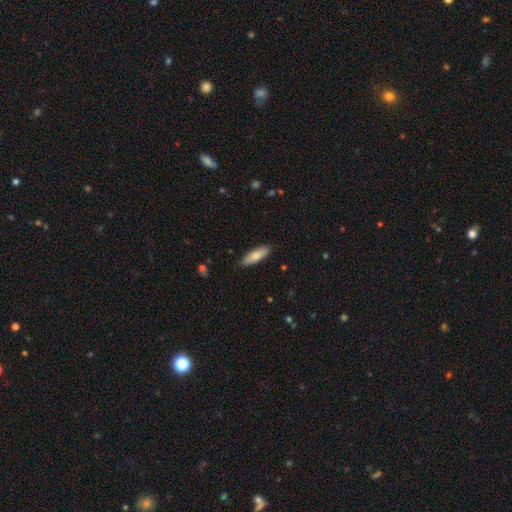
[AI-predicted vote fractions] smooth_or_featured: smooth (p=0.78) [alt: featured or disk p=0.16]
how_rounded: in between (p=0.52) [alt: cigar-shaped p=0.46]
merging: none (p=0.87) [alt: minor disturbance p=0.10]